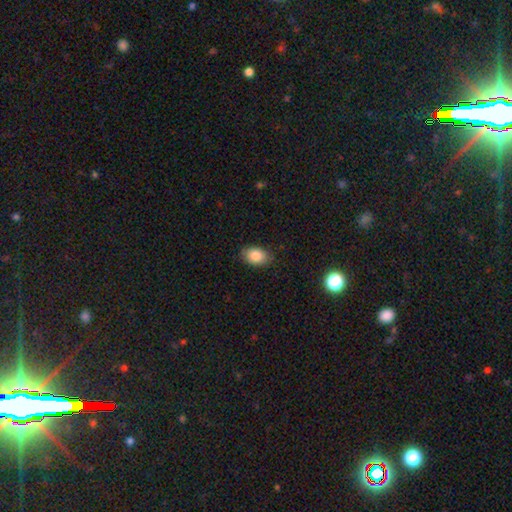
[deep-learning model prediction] smooth_or_featured: smooth (p=0.85) [alt: star or artifact p=0.08]
how_rounded: in between (p=0.83) [alt: round p=0.15]
merging: none (p=0.85) [alt: minor disturbance p=0.12]